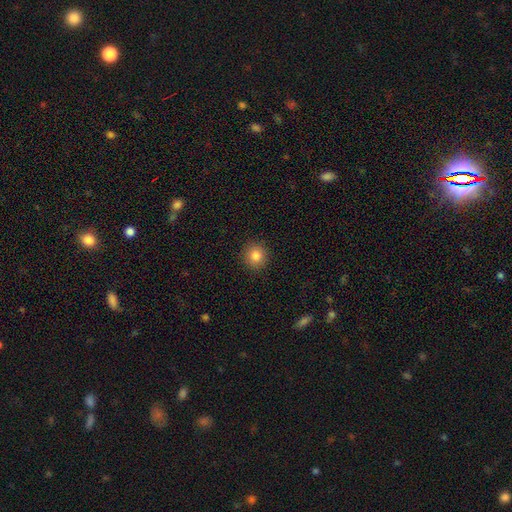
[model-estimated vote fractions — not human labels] smooth-or-featured: smooth: 83% | star or artifact: 11% | featured or disk: 6%
  how-rounded: round: 92% | in between: 7% | cigar-shaped: 1%
  merging: none: 92% | minor disturbance: 5% | major disturbance: 2% | merger: 1%